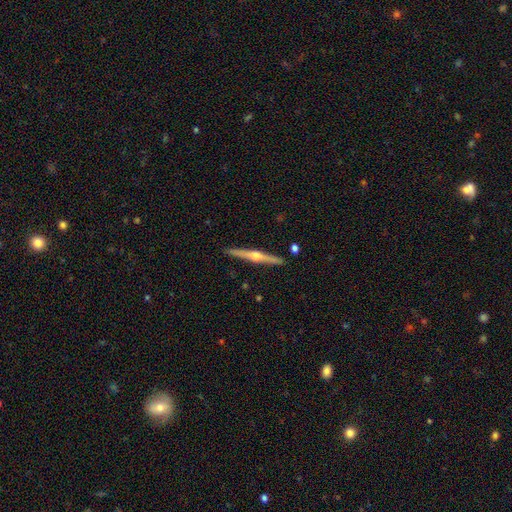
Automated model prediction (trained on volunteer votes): featured or disk 79%, smooth 16%, star or artifact 5%. Down the decision tree: edge-on disk — yes (98%); edge-on bulge — rounded (91%); merging — none (92%).